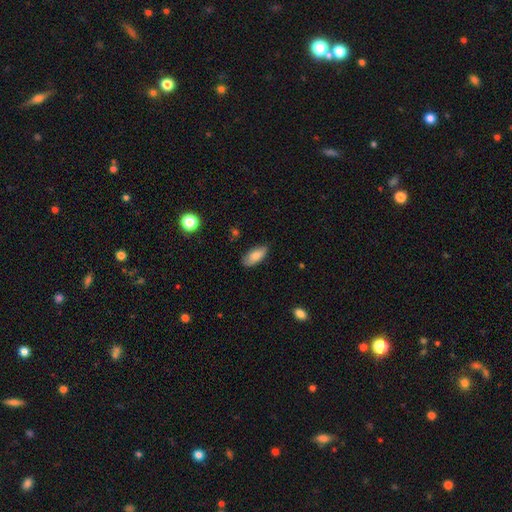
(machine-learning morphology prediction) A smooth galaxy with no disk features (79%) that is in between round and cigar-shaped (88%).

Vote fractions:
- Smooth or featured? smooth: 79% / featured or disk: 13% / star or artifact: 7%
- How rounded? in between: 88% / cigar-shaped: 9% / round: 3%
- Merging? none: 77% / minor disturbance: 19% / major disturbance: 3% / merger: 1%